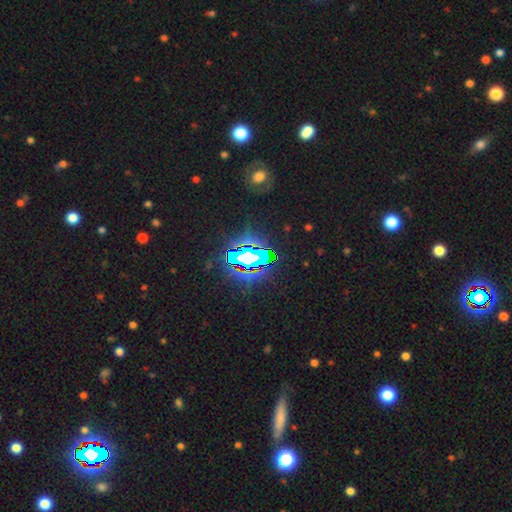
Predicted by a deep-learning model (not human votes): This appears to be a star or artifact, not a galaxy (82%).